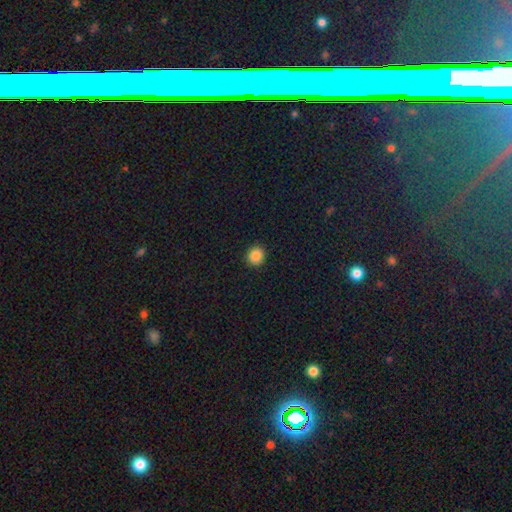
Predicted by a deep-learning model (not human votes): Overall: smooth (86%). How rounded: round (87%). Merging: none (91%).